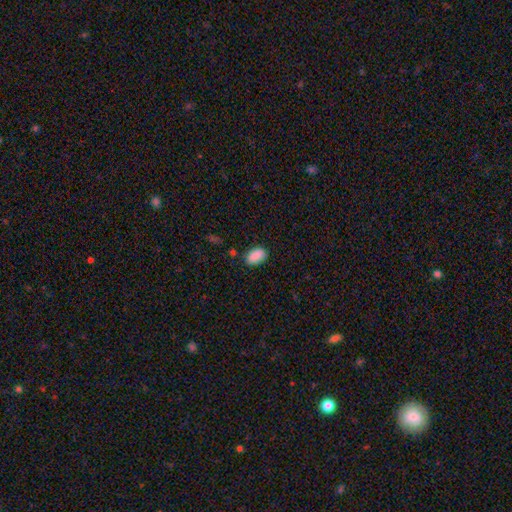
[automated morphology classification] smooth_or_featured: smooth (p=0.89) [alt: star or artifact p=0.08]
how_rounded: in between (p=0.92) [alt: round p=0.07]
merging: none (p=0.81) [alt: minor disturbance p=0.13]